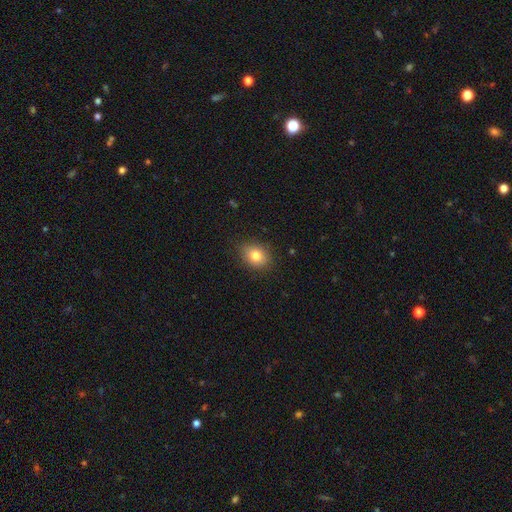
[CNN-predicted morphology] This is likely a smooth galaxy (80%). How rounded: possibly in between (51%). Merging: clearly none (84%).